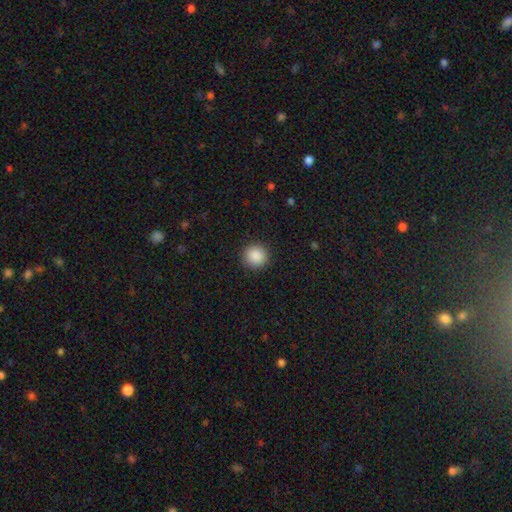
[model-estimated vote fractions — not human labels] A smooth galaxy with no disk features (88%) that is round (94%). Merging: none (91%).